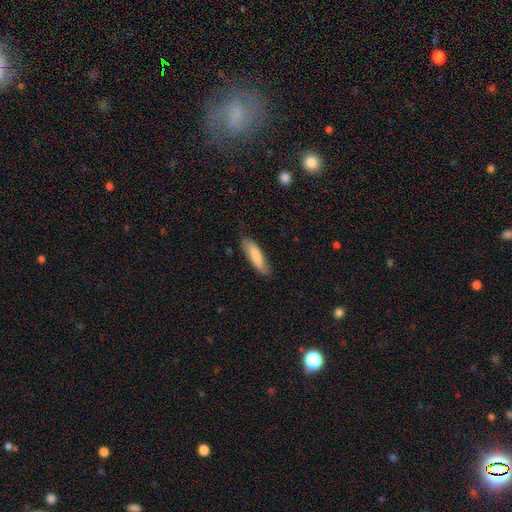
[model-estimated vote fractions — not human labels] Overall: smooth (81%). How rounded: cigar-shaped (63%; in between 35%). Merging: none (79%).